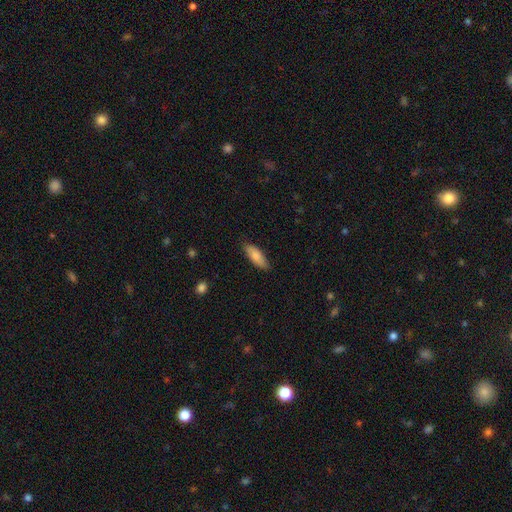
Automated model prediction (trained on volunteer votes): A smooth galaxy with no disk features (83%) that is in between round and cigar-shaped (68%). Merging: none (84%).